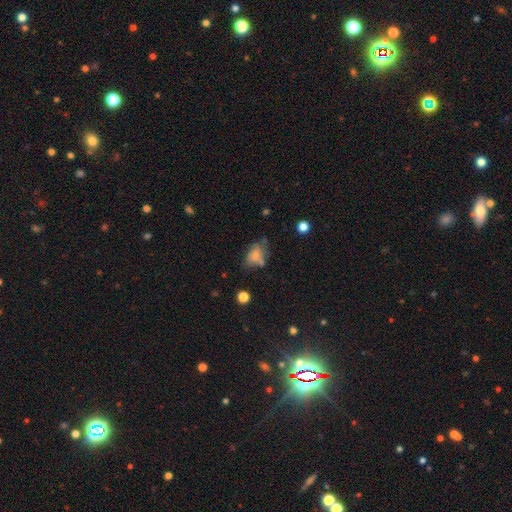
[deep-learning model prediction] A smooth galaxy with no disk features (62%) that is in between round and cigar-shaped (79%). Merging: none (37%).